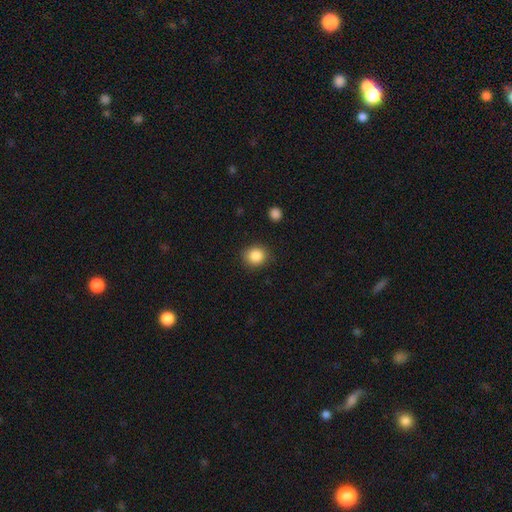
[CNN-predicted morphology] Smooth or featured? Predicted: smooth (p=0.87). How rounded? Predicted: round (p=0.83). Merging? Predicted: none (p=0.87).